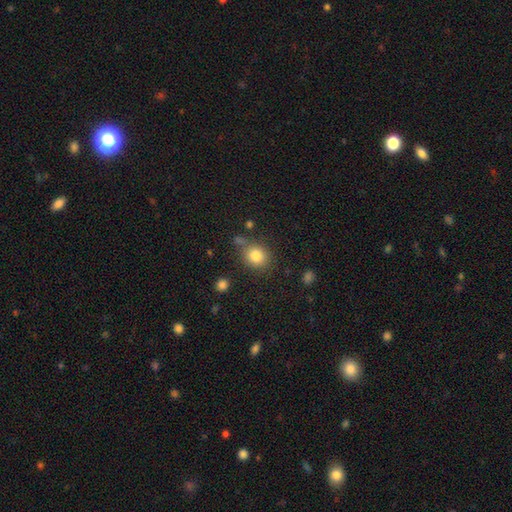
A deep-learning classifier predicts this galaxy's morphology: Smooth or featured: smooth — 82% (star or artifact — 11%)
How rounded: round — 77% (in between — 22%)
Merging: none — 73% (minor disturbance — 14%)